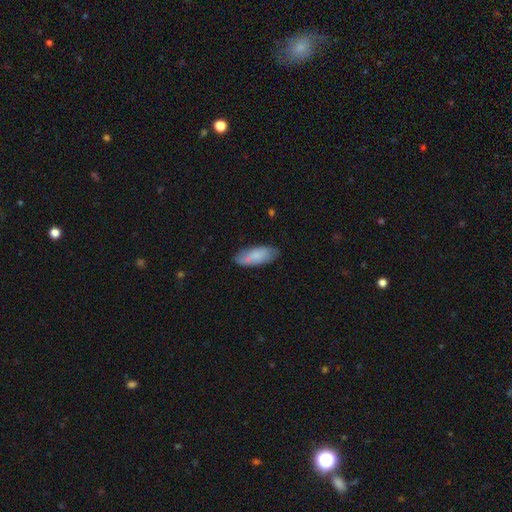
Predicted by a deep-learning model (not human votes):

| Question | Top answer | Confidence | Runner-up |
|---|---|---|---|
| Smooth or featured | smooth | 82% | featured or disk (12%) |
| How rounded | in between | 75% | cigar-shaped (23%) |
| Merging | none | 80% | minor disturbance (16%) |